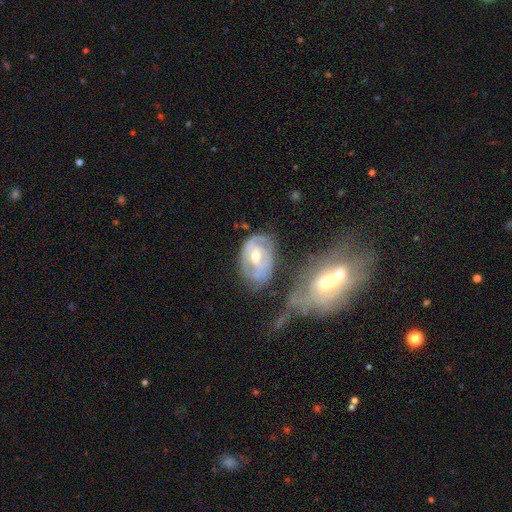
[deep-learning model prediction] Smooth or featured? featured or disk (73%)
Edge-on disk? no (96%)
Bar? no (49%)
Spiral arms? yes (71%)
Bulge size? moderate (71%)
Merging? none (43%)